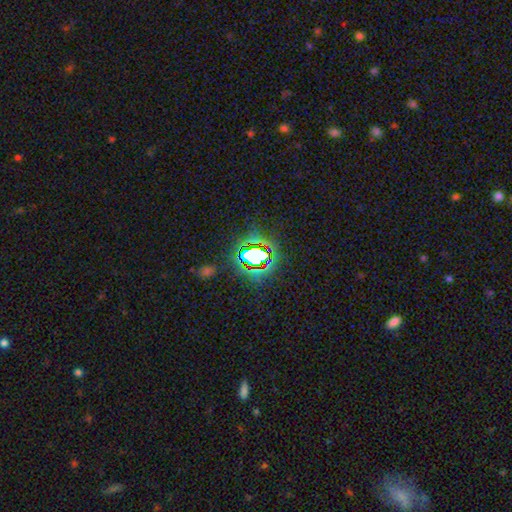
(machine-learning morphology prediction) Smooth or featured? Predicted: star or artifact (p=0.70).